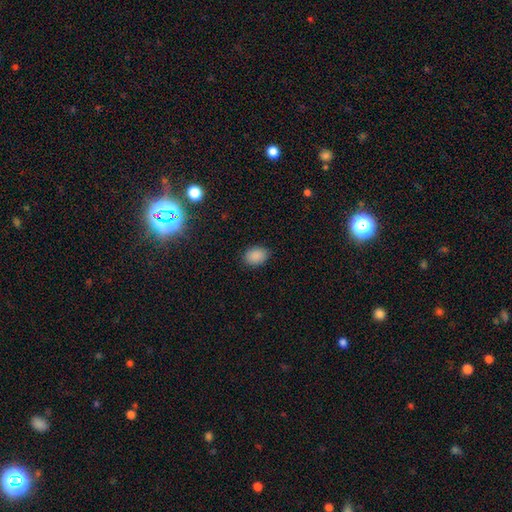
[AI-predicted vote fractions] Smooth or featured: smooth — 88% (star or artifact — 9%)
How rounded: in between — 74% (round — 25%)
Merging: none — 86% (minor disturbance — 11%)